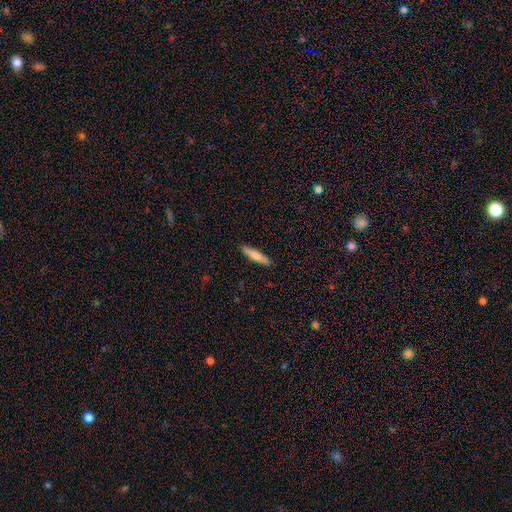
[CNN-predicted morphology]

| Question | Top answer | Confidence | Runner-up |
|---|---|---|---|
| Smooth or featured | smooth | 73% | featured or disk (22%) |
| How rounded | cigar-shaped | 82% | in between (17%) |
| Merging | none | 89% | minor disturbance (8%) |